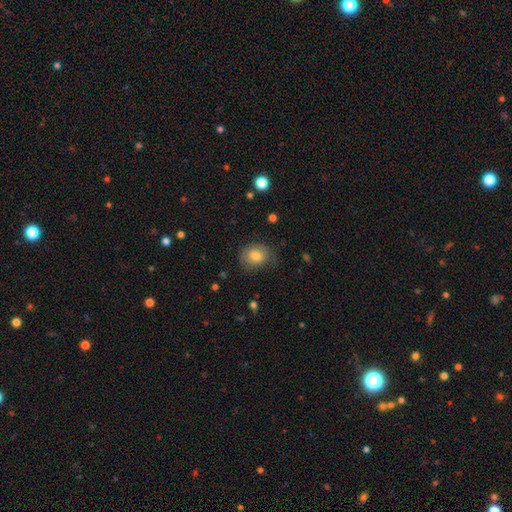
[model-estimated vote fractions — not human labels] smooth 76%, featured or disk 15%, star or artifact 9%. Down the decision tree: how rounded — round (55%); merging — none (74%).